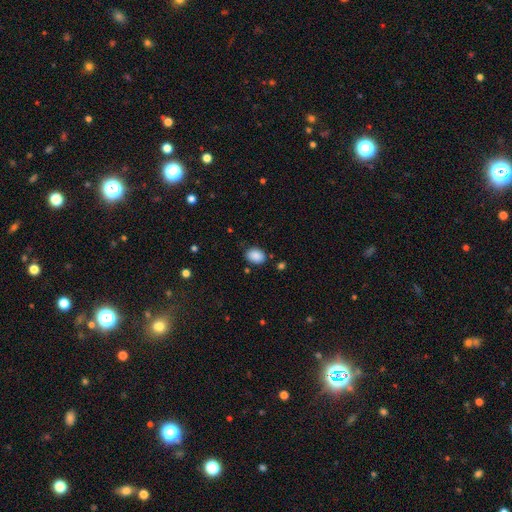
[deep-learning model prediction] Q: Smooth or featured?
A: smooth (88%); runner-up: star or artifact (8%)
Q: How rounded?
A: in between (71%); runner-up: round (28%)
Q: Merging?
A: none (81%); runner-up: minor disturbance (13%)